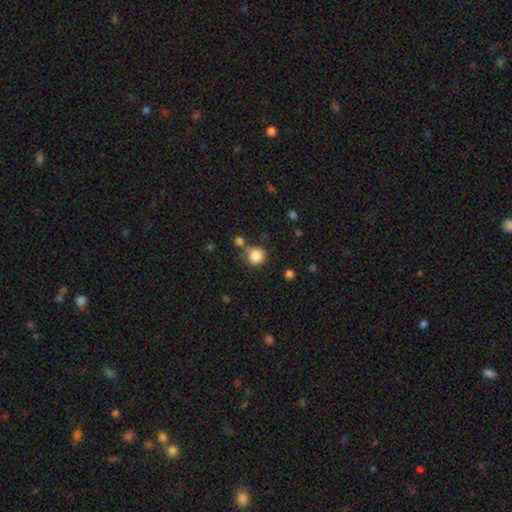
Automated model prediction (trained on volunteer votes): A smooth galaxy with no disk features (85%) that is round (89%). Merging: none (67%).